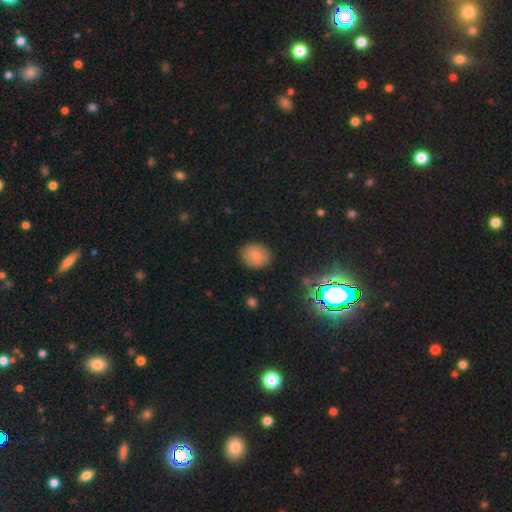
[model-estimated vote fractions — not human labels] Smooth or featured: smooth — 78% (star or artifact — 12%)
How rounded: round — 62% (in between — 37%)
Merging: none — 87% (minor disturbance — 9%)